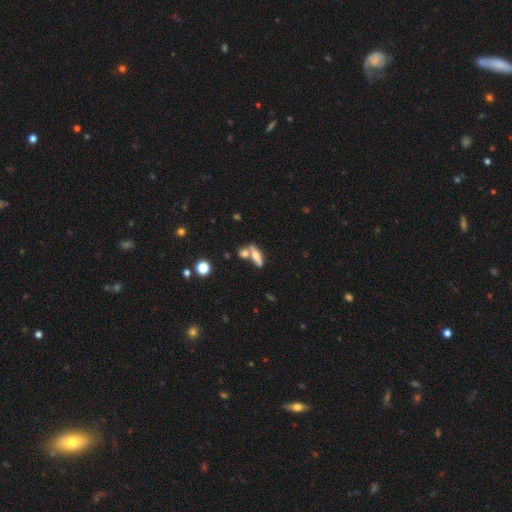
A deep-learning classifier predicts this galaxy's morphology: smooth 60%, featured or disk 30%, star or artifact 10%. Down the decision tree: how rounded — cigar-shaped (50%); merging — none (47%).